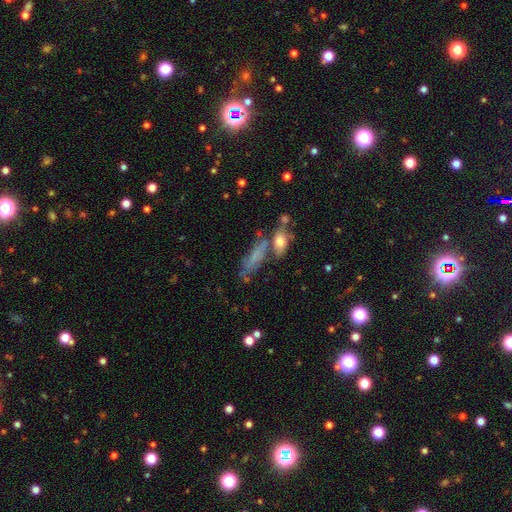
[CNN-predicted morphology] Smooth or featured: smooth — 56% (featured or disk — 29%)
How rounded: cigar-shaped — 55% (in between — 39%)
Merging: none — 47% (merger — 23%)